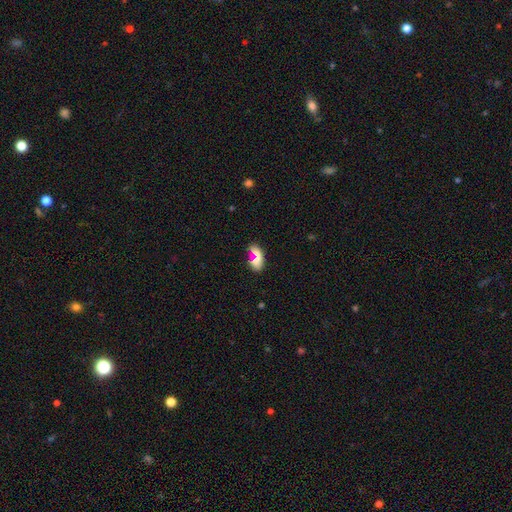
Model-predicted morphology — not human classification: Smooth or featured? Predicted: smooth (p=0.68). How rounded? Predicted: in between (p=0.81). Merging? Predicted: none (p=0.46).